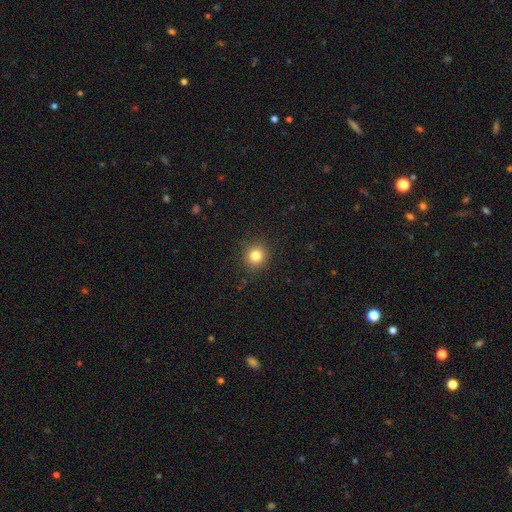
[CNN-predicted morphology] Overall: smooth (82%). How rounded: round (90%). Merging: none (90%).